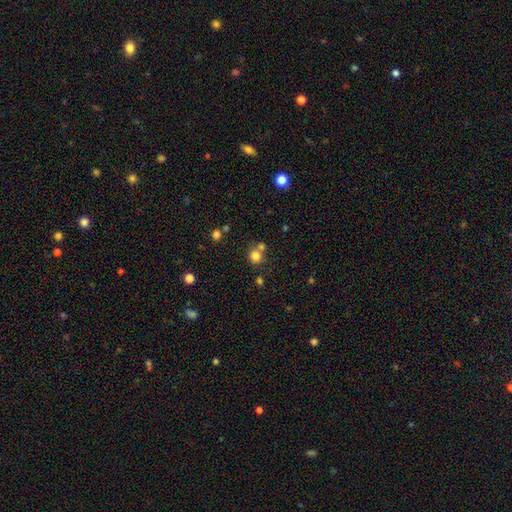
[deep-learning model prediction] smooth-or-featured: smooth: 78% | star or artifact: 15% | featured or disk: 7%
  how-rounded: round: 86% | in between: 13% | cigar-shaped: 1%
  merging: none: 59% | merger: 28% | minor disturbance: 8% | major disturbance: 4%